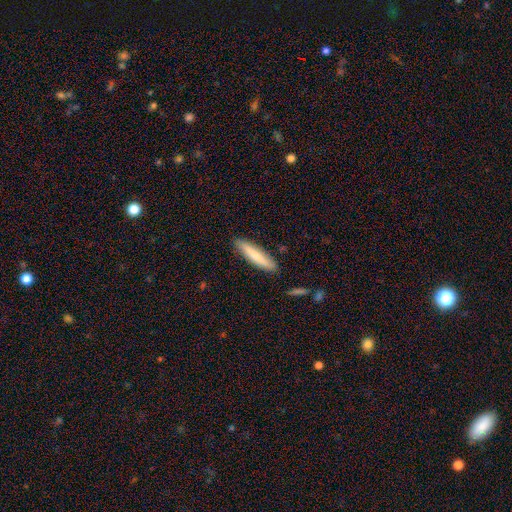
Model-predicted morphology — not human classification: Smooth or featured? Predicted: smooth (p=0.72). How rounded? Predicted: cigar-shaped (p=0.83). Merging? Predicted: none (p=0.86).